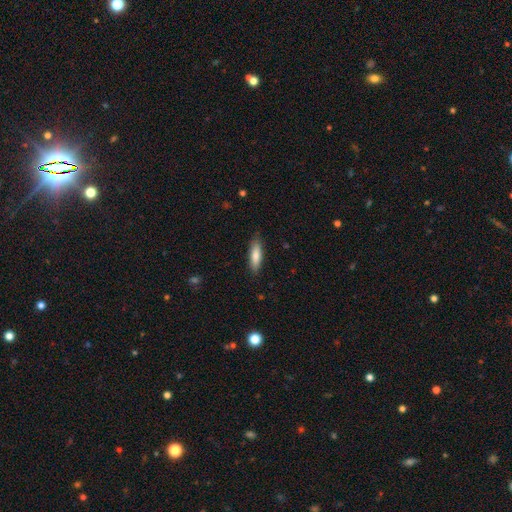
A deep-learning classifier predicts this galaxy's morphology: smooth-or-featured: smooth: 80% | featured or disk: 14% | star or artifact: 6%
  how-rounded: cigar-shaped: 58% | in between: 41% | round: 2%
  merging: none: 85% | minor disturbance: 11% | major disturbance: 2% | merger: 1%